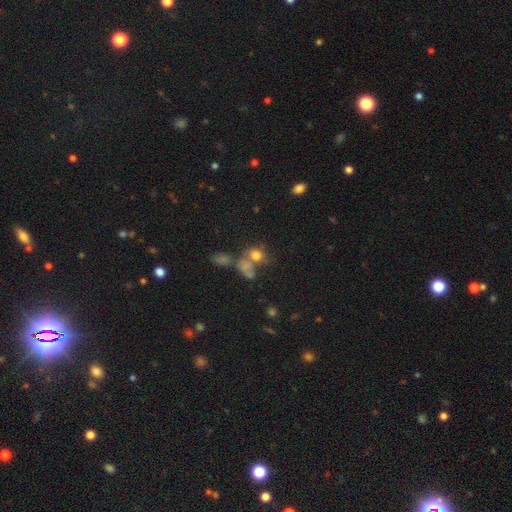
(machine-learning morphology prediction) Q: Smooth or featured?
A: smooth (69%); runner-up: star or artifact (16%)
Q: How rounded?
A: round (58%); runner-up: in between (40%)
Q: Merging?
A: merger (41%); runner-up: none (34%)